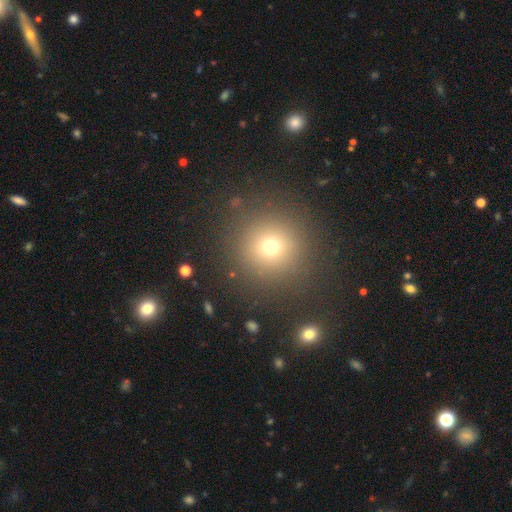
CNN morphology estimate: Smooth or featured: smooth — 61% (star or artifact — 30%)
How rounded: round — 94% (in between — 5%)
Merging: none — 90% (minor disturbance — 5%)